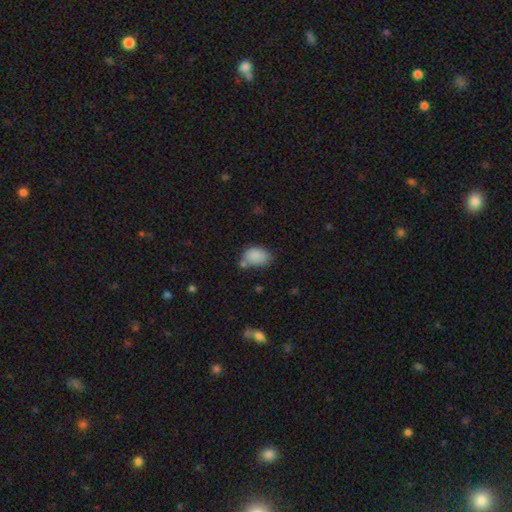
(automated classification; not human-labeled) Morphology: type=smooth (86%); roundness=in between (84%); merging=none (55%).